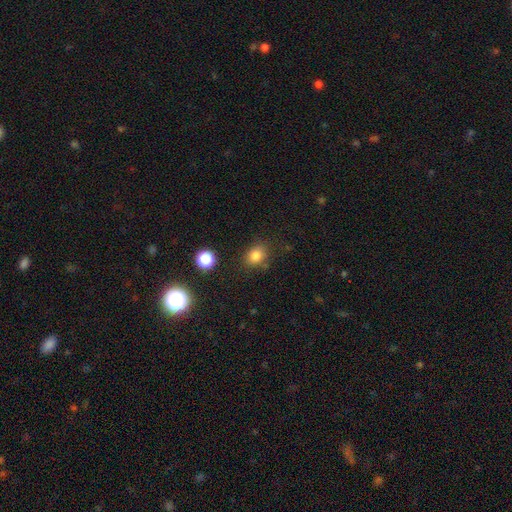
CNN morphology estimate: A smooth galaxy with no disk features (81%) that is round (50%). Merging: none (78%).